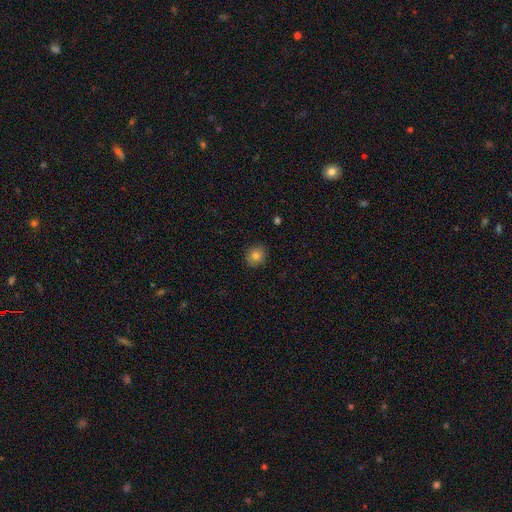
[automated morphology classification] smooth_or_featured: smooth (p=0.81) [alt: star or artifact p=0.11]
how_rounded: round (p=0.81) [alt: in between p=0.18]
merging: none (p=0.88) [alt: minor disturbance p=0.09]